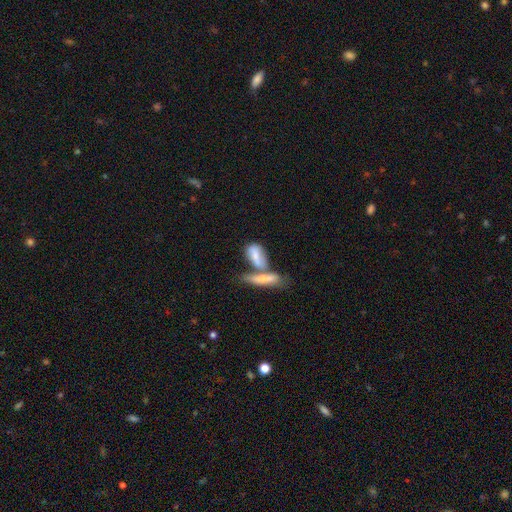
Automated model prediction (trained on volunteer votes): This appears to be a smooth galaxy with no disk features (66%) that is in between round and cigar-shaped (65%). Merging: merger (62%).